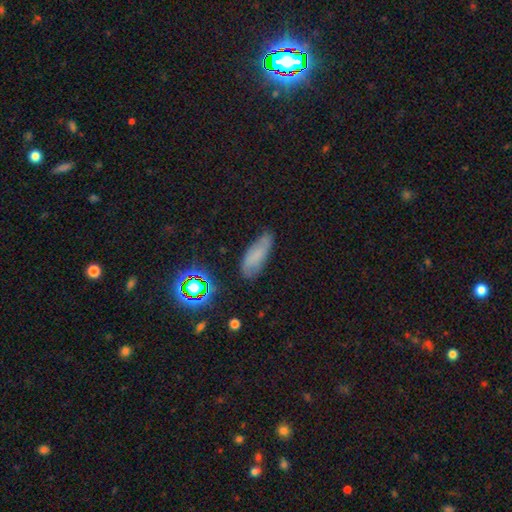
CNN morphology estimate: Smooth or featured?
  - smooth: 65% *
  - featured or disk: 20%
  - star or artifact: 15%
How rounded?
  - in between: 66% *
  - cigar-shaped: 30%
  - round: 3%
Merging?
  - none: 66% *
  - minor disturbance: 26%
  - major disturbance: 6%
  - merger: 2%